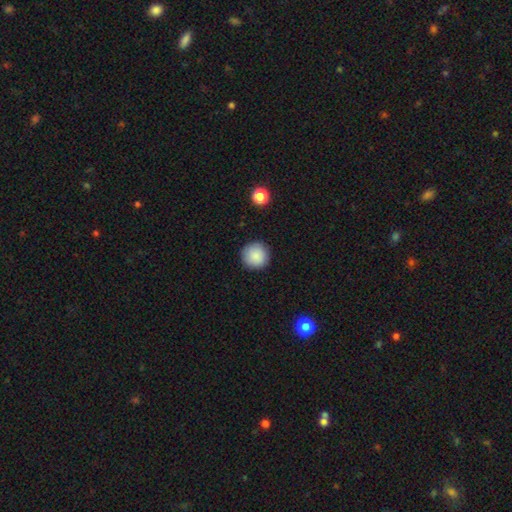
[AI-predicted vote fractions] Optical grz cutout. It shows a smooth galaxy with no disk features (88%) that is round (95%). Merging: none (90%).